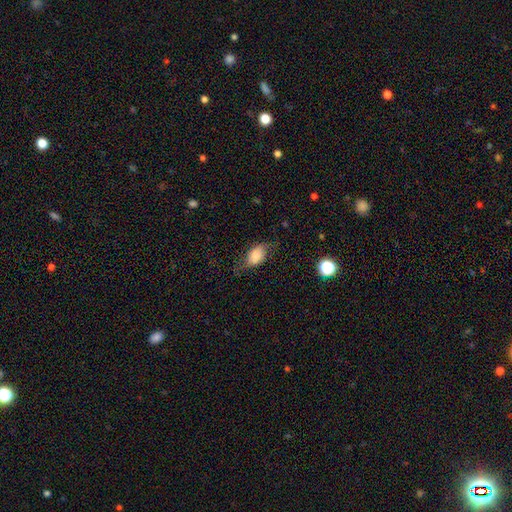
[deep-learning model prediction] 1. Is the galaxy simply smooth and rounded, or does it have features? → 69% smooth, 22% featured or disk, 9% star or artifact.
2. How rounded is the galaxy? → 85% in between, 12% round, 3% cigar-shaped.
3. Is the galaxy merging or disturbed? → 56% none, 28% minor disturbance, 14% major disturbance, 2% merger.